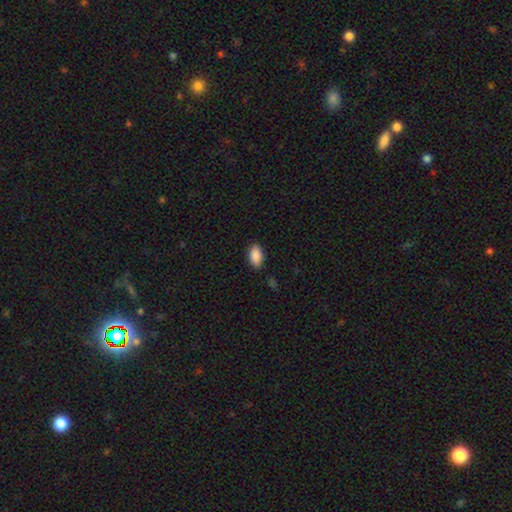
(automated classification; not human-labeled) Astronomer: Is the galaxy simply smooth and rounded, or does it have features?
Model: smooth — 89%.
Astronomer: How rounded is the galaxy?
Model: in between — 93%.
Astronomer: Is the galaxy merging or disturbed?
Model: none — 86%.